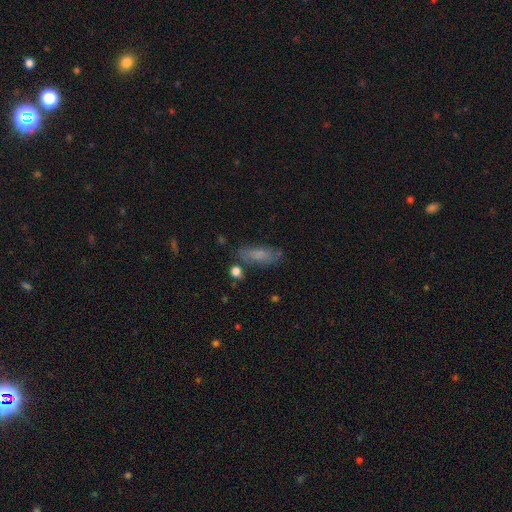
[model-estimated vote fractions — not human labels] Smooth or featured? smooth (62%)
How rounded? in between (55%)
Merging? none (71%)